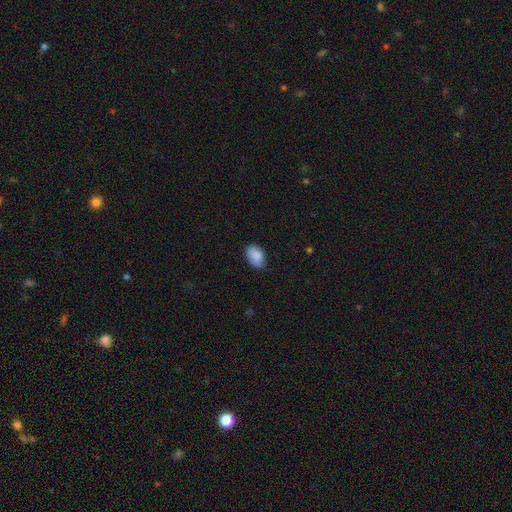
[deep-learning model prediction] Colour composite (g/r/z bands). It shows a smooth galaxy with no disk features (87%) that is in between round and cigar-shaped (87%). Merging: none (76%).